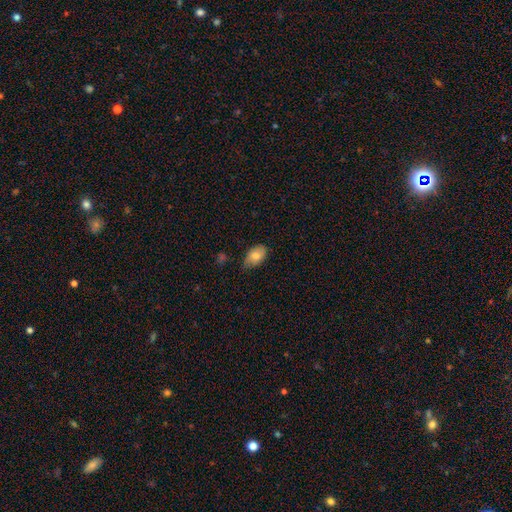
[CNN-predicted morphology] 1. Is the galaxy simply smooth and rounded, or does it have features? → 78% smooth, 15% featured or disk, 7% star or artifact.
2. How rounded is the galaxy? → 91% in between, 7% round, 2% cigar-shaped.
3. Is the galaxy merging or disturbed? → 64% none, 30% minor disturbance, 5% major disturbance, 1% merger.